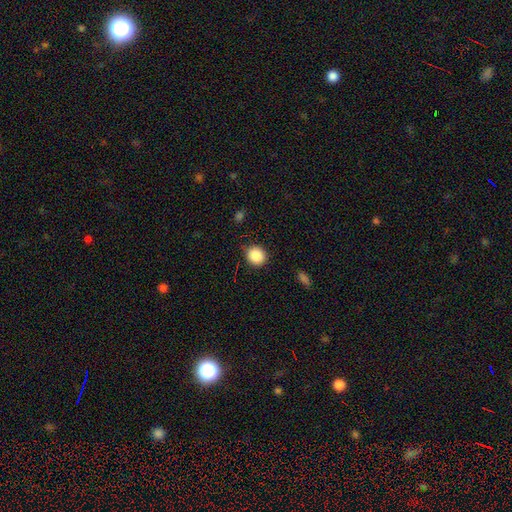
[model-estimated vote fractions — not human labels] Smooth or featured? smooth (87%)
How rounded? round (85%)
Merging? none (86%)